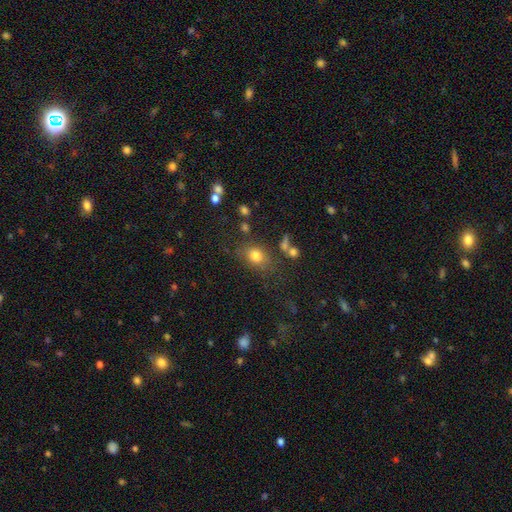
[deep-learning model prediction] A smooth galaxy with no disk features (78%) that is in between round and cigar-shaped (55%). Merging: none (69%).